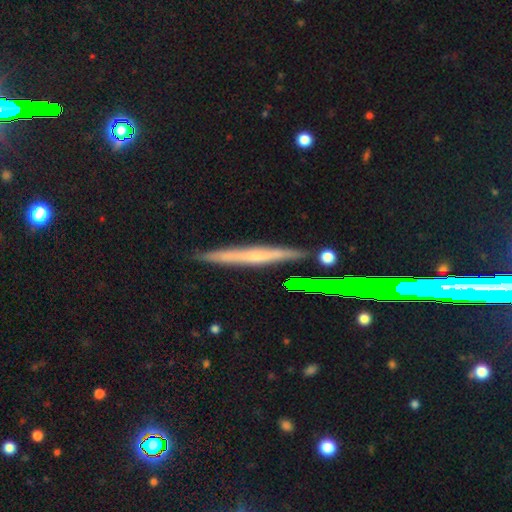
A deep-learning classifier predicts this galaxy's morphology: type=featured or disk (55%); edge-on=yes (93%); edge-on bulge=none (60%); merging=none (86%).